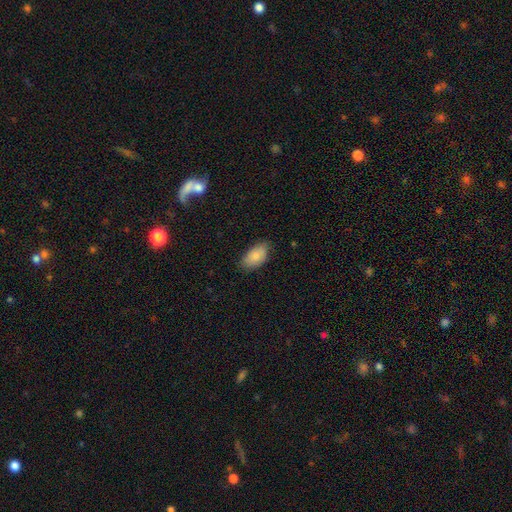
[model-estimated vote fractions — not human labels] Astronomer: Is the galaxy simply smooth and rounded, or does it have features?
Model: smooth — 85%.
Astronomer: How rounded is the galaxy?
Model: in between — 94%.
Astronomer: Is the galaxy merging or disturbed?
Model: none — 78%.